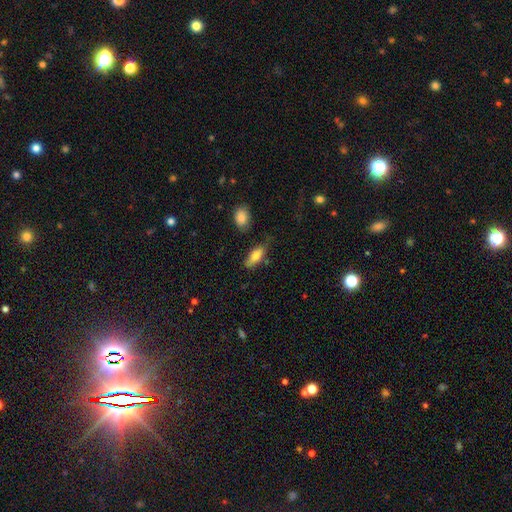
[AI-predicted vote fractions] A smooth galaxy with no disk features (76%) that is in between round and cigar-shaped (77%). Merging: none (64%).